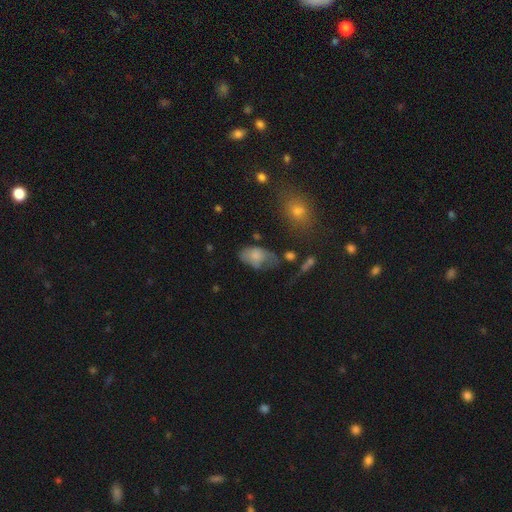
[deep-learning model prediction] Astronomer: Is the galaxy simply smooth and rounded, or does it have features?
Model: smooth — 70%.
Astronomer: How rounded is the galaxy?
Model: in between — 90%.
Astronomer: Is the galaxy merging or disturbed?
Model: none — 34% (runner-up: minor disturbance, 33%).